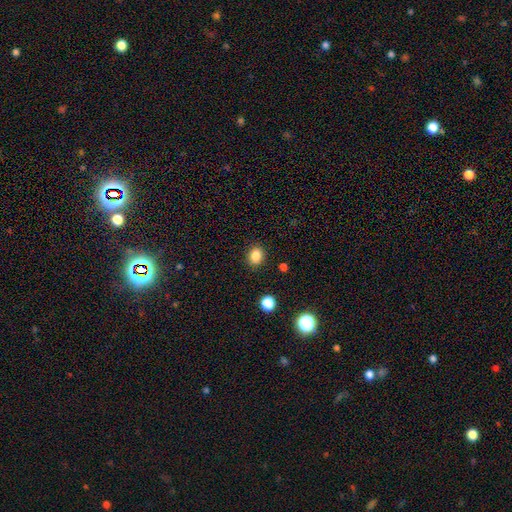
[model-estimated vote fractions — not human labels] This is clearly a smooth galaxy (85%). How rounded: possibly round (58%). Merging: clearly none (88%).